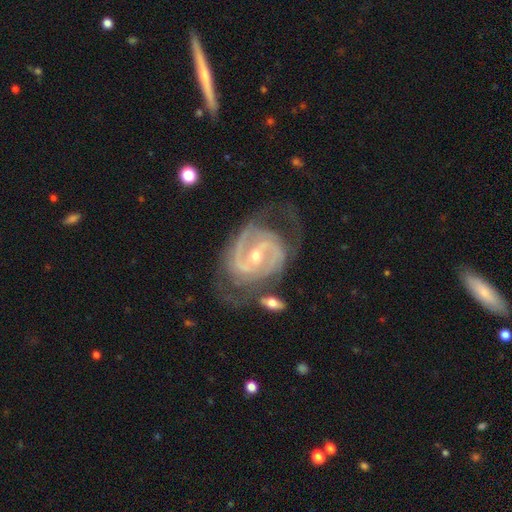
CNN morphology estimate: type=featured or disk (92%); edge-on=no (97%); bar=weak (44%); spiral arms=yes (98%); winding=tight (49%); arm count=2 (73%); bulge=small (54%); merging=none (55%).